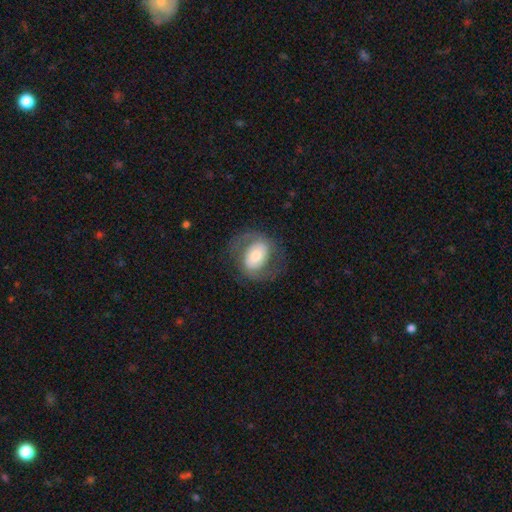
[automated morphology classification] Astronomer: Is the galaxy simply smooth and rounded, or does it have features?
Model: featured or disk — 54% (runner-up: smooth, 39%).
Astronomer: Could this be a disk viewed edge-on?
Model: no — 96%.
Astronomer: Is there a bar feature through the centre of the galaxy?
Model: no — 47% (runner-up: weak, 30%).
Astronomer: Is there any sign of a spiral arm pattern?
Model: yes — 67%.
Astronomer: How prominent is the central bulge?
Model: moderate — 50% (runner-up: small, 25%).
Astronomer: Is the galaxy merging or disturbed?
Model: none — 70%.